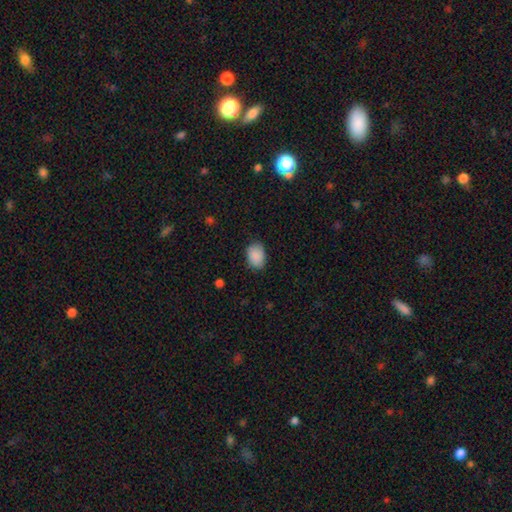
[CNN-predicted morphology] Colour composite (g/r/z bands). It shows a smooth galaxy with no disk features (89%) that is in between round and cigar-shaped (78%). Merging: none (79%).